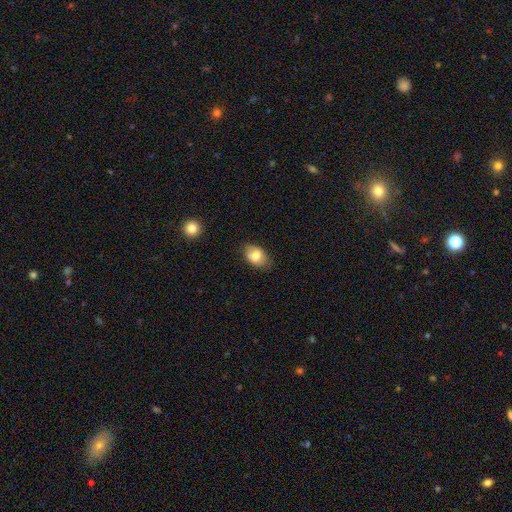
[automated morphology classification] Smooth or featured?
  - smooth: 77% *
  - featured or disk: 14%
  - star or artifact: 8%
How rounded?
  - in between: 81% *
  - round: 18%
  - cigar-shaped: 1%
Merging?
  - none: 77% *
  - minor disturbance: 18%
  - major disturbance: 3%
  - merger: 2%